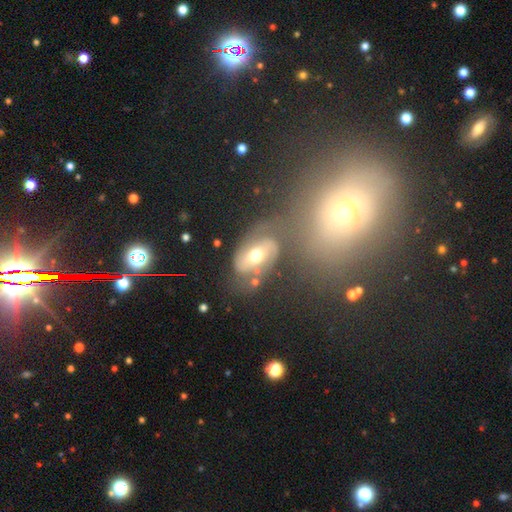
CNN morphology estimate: Q: Smooth or featured?
A: featured or disk (67%); runner-up: smooth (24%)
Q: Edge-on disk?
A: no (95%); runner-up: yes (5%)
Q: Bar?
A: no (49%); runner-up: weak (34%)
Q: Spiral arms?
A: yes (79%); runner-up: no (21%)
Q: Spiral winding?
A: medium (44%); runner-up: tight (31%)
Q: Spiral arm count?
A: 2 (81%); runner-up: can't tell (11%)
Q: Bulge size?
A: moderate (75%); runner-up: small (11%)
Q: Merging?
A: none (55%); runner-up: minor disturbance (18%)